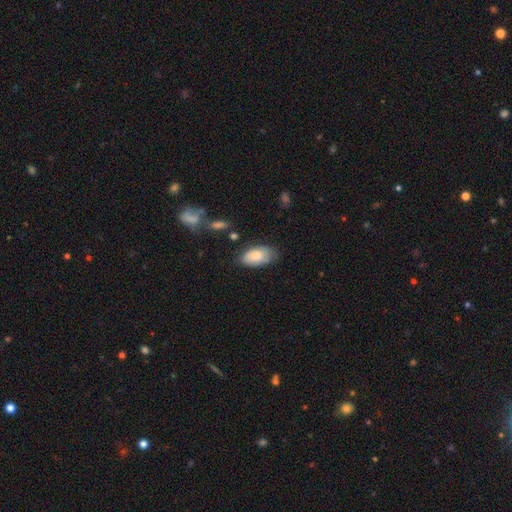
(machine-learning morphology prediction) Overall: smooth (78%). How rounded: in between (94%). Merging: none (68%).